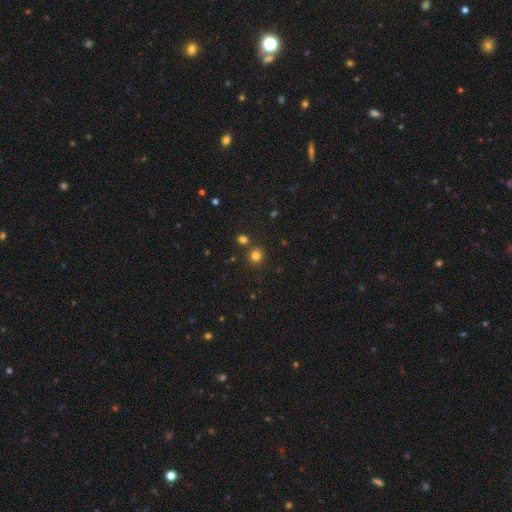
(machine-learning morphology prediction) type=smooth (78%); roundness=round (89%); merging=none (80%).